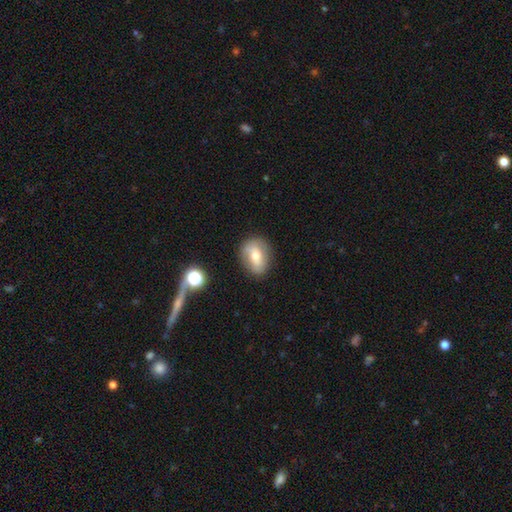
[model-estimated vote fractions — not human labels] Morphology: type=smooth (57%); roundness=in between (60%); merging=none (78%).